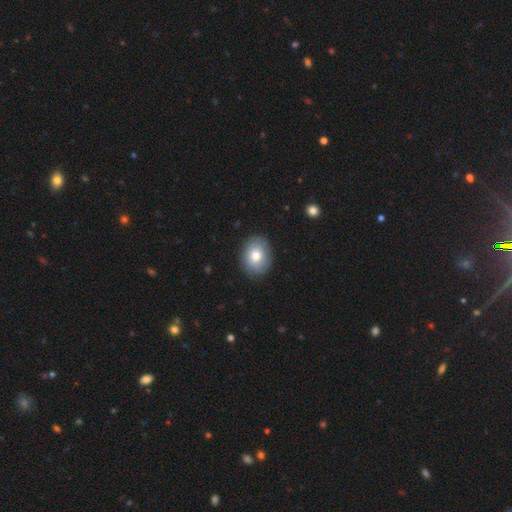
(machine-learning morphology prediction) Smooth or featured: smooth — 77% (featured or disk — 15%)
How rounded: in between — 58% (round — 41%)
Merging: none — 86% (minor disturbance — 10%)